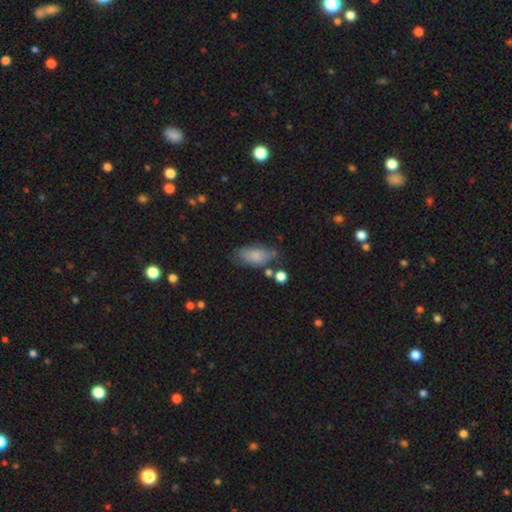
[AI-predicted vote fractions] Morphology: type=smooth (80%); roundness=in between (88%); merging=none (58%).